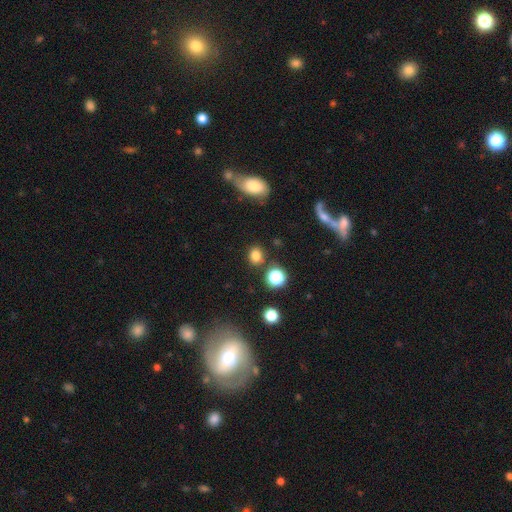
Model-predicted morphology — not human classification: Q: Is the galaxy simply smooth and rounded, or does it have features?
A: smooth — 80%.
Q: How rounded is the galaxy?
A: round — 64%.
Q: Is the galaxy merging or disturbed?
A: none — 81%.